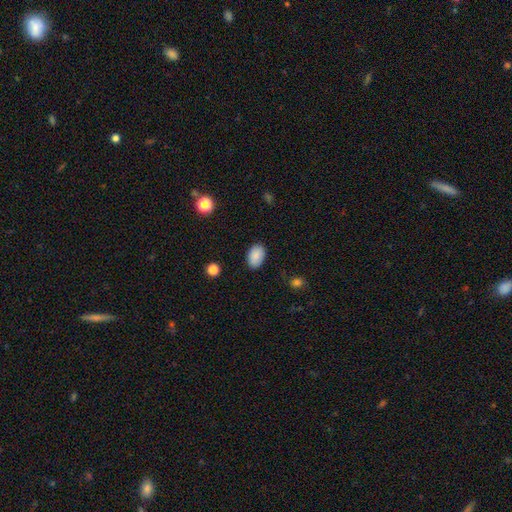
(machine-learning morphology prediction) smooth 88%, star or artifact 7%, featured or disk 4%. Down the decision tree: how rounded — in between (91%); merging — none (87%).